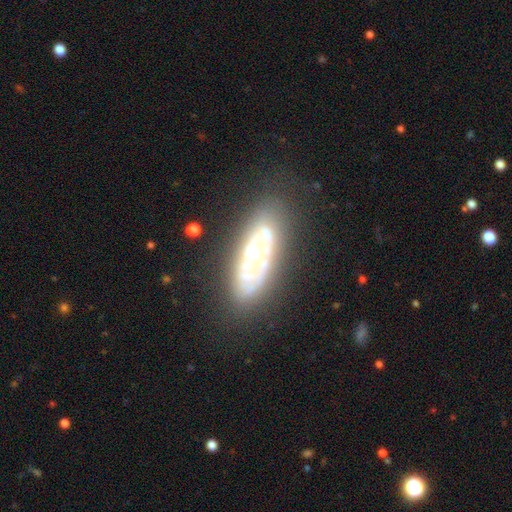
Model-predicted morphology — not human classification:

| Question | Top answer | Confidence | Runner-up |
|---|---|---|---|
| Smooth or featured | featured or disk | 72% | smooth (21%) |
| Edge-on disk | no | 83% | yes (17%) |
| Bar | no | 82% | weak (13%) |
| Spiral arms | yes | 53% | no (47%) |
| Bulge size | small | 58% | moderate (35%) |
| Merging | none | 73% | minor disturbance (17%) |